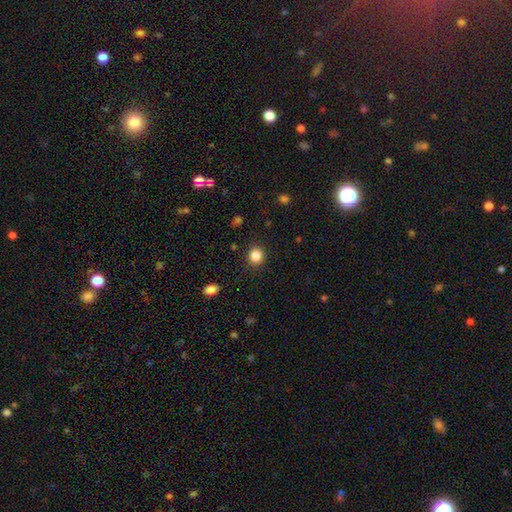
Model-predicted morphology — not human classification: Smooth or featured?
  - smooth: 85% *
  - star or artifact: 11%
  - featured or disk: 4%
How rounded?
  - round: 81% *
  - in between: 18%
  - cigar-shaped: 1%
Merging?
  - none: 89% *
  - minor disturbance: 7%
  - major disturbance: 3%
  - merger: 1%